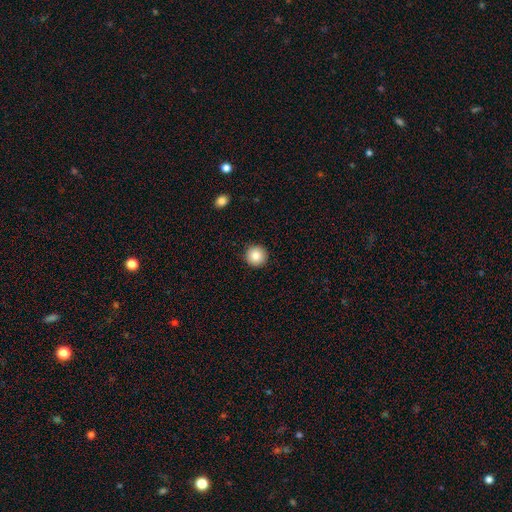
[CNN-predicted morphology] Overall: smooth (86%). How rounded: round (95%). Merging: none (92%).